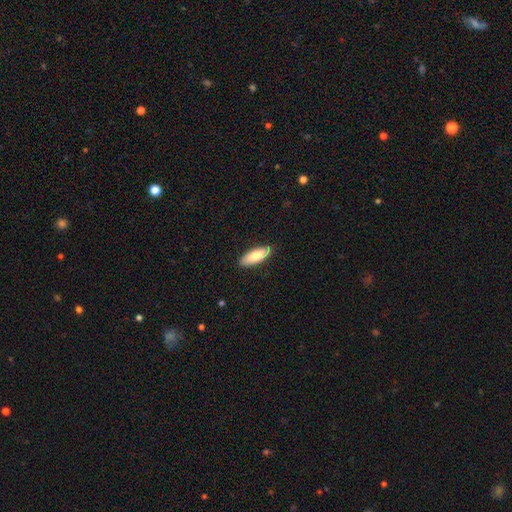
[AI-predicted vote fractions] This appears to be a smooth galaxy with no disk features (75%) that is in between round and cigar-shaped (69%). Merging: none (87%).